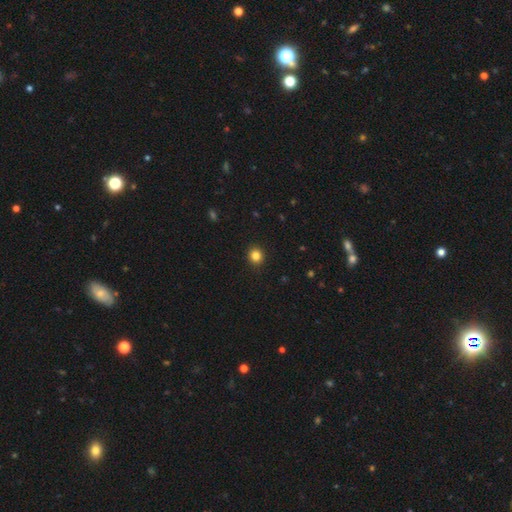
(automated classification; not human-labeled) Smooth or featured?
  - smooth: 83% *
  - star or artifact: 12%
  - featured or disk: 4%
How rounded?
  - round: 87% *
  - in between: 12%
  - cigar-shaped: 1%
Merging?
  - none: 92% *
  - minor disturbance: 5%
  - major disturbance: 2%
  - merger: 1%